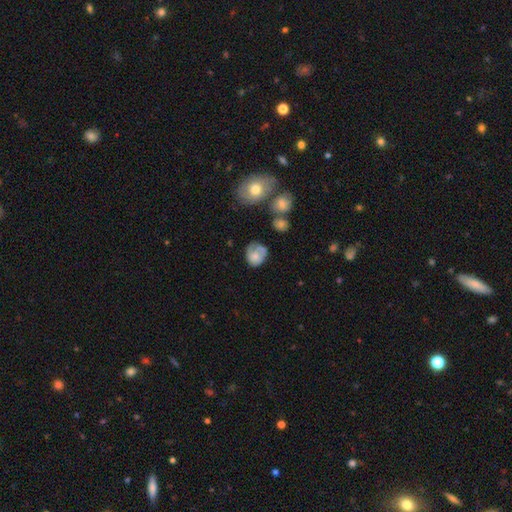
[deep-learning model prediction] Morphology: type=smooth (58%); roundness=round (67%); merging=none (48%).